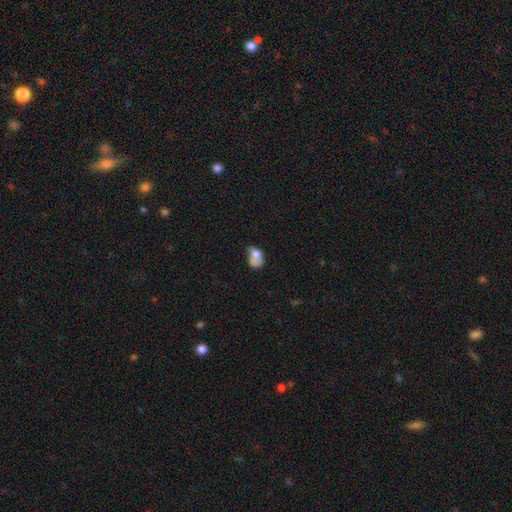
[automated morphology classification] smooth_or_featured: smooth (p=0.69) [alt: featured or disk p=0.22]
how_rounded: in between (p=0.72) [alt: round p=0.26]
merging: major disturbance (p=0.31) [alt: minor disturbance p=0.27]